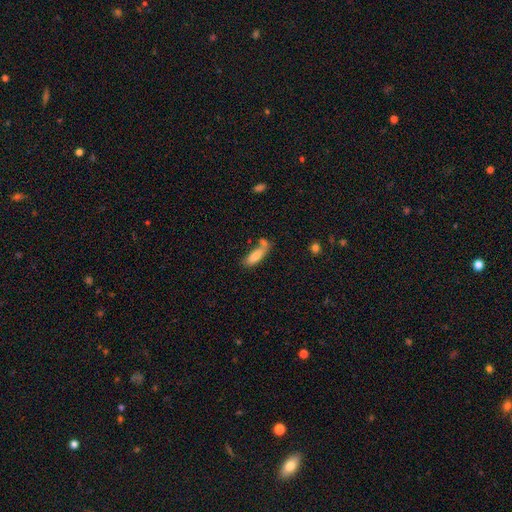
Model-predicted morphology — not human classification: Smooth or featured: smooth — 78% (featured or disk — 15%)
How rounded: in between — 61% (cigar-shaped — 37%)
Merging: none — 45% (merger — 30%)